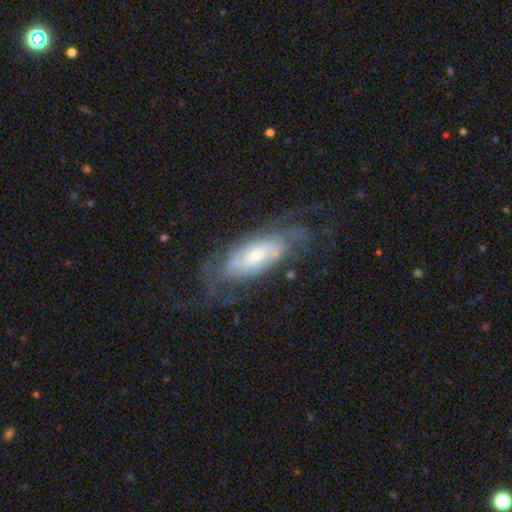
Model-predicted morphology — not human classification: Q: Smooth or featured?
A: featured or disk (78%); runner-up: smooth (16%)
Q: Edge-on disk?
A: no (88%); runner-up: yes (12%)
Q: Bar?
A: no (54%); runner-up: weak (36%)
Q: Spiral arms?
A: yes (89%); runner-up: no (11%)
Q: Spiral winding?
A: tight (52%); runner-up: medium (34%)
Q: Spiral arm count?
A: can't tell (50%); runner-up: 2 (28%)
Q: Bulge size?
A: moderate (50%); runner-up: small (35%)
Q: Merging?
A: none (61%); runner-up: minor disturbance (20%)